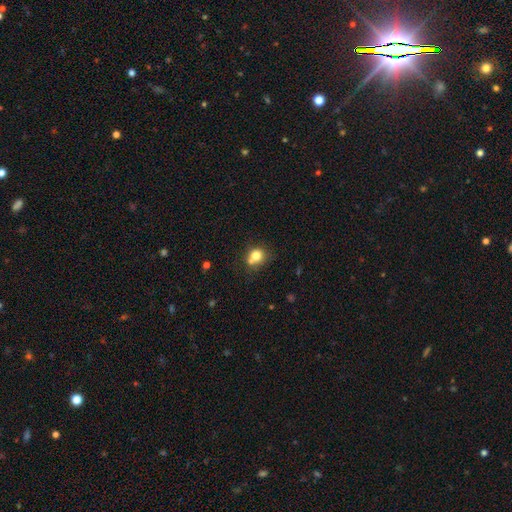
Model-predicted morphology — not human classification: A smooth galaxy with no disk features (78%) that is round (78%).

Vote fractions:
- Smooth or featured? smooth: 78% / star or artifact: 12% / featured or disk: 10%
- How rounded? round: 78% / in between: 21% / cigar-shaped: 1%
- Merging? none: 57% / merger: 24% / minor disturbance: 15% / major disturbance: 5%